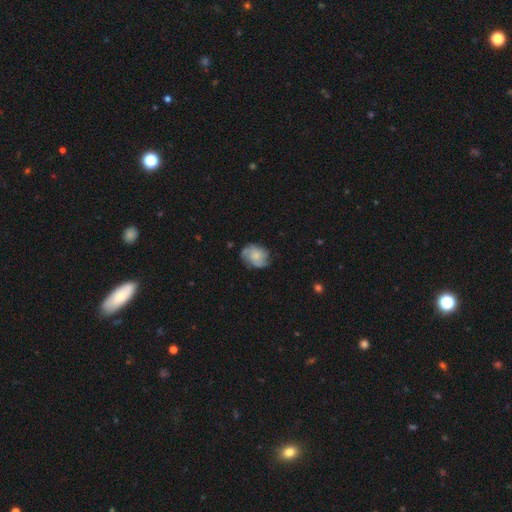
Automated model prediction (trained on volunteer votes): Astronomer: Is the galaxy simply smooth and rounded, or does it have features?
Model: featured or disk — 52% (runner-up: smooth, 41%).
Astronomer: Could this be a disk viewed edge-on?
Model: no — 97%.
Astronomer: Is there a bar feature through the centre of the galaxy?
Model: no — 78%.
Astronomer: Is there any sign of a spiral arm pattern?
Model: yes — 85%.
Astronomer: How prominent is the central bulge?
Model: small — 42% (runner-up: moderate, 33%).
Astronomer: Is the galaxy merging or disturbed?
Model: none — 67%.